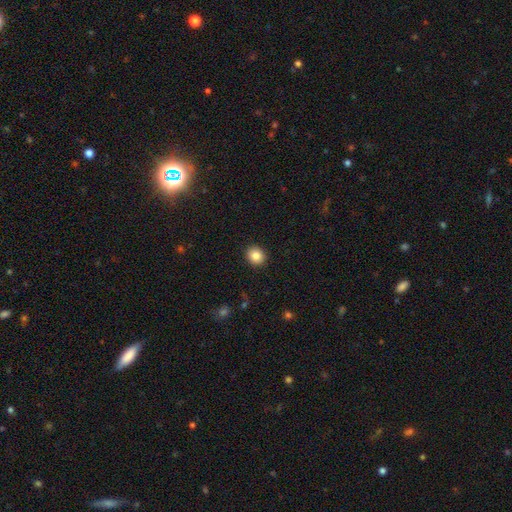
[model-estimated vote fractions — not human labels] Q: Smooth or featured?
A: smooth (85%); runner-up: star or artifact (9%)
Q: How rounded?
A: round (69%); runner-up: in between (30%)
Q: Merging?
A: none (91%); runner-up: minor disturbance (6%)